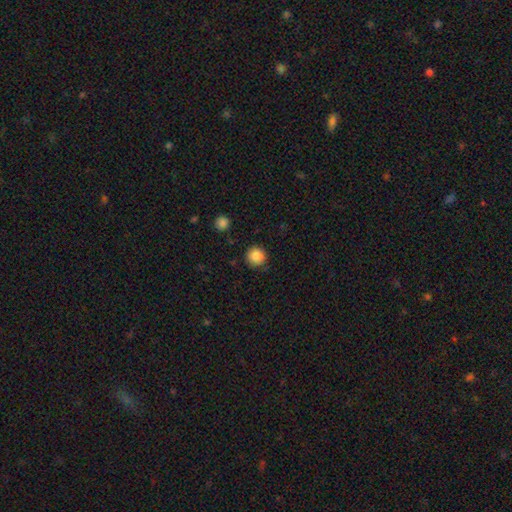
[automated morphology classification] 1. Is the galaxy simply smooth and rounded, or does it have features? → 86% smooth, 10% star or artifact, 4% featured or disk.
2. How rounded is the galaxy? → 94% round, 5% in between, 1% cigar-shaped.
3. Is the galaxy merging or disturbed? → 90% none, 7% minor disturbance, 2% major disturbance, 1% merger.